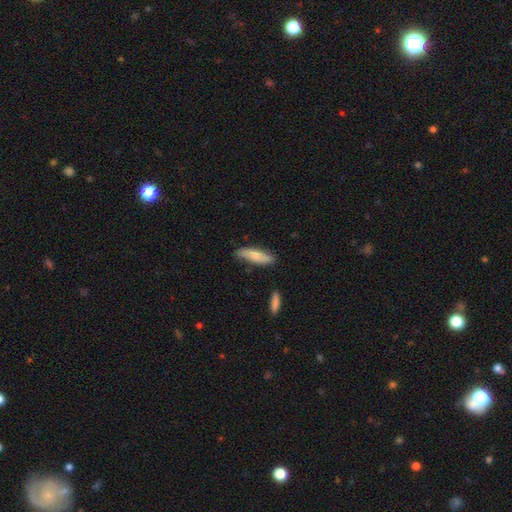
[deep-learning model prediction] Smooth or featured?
  - smooth: 74% *
  - featured or disk: 21%
  - star or artifact: 6%
How rounded?
  - cigar-shaped: 60% *
  - in between: 38%
  - round: 2%
Merging?
  - none: 77% *
  - minor disturbance: 17%
  - major disturbance: 3%
  - merger: 3%